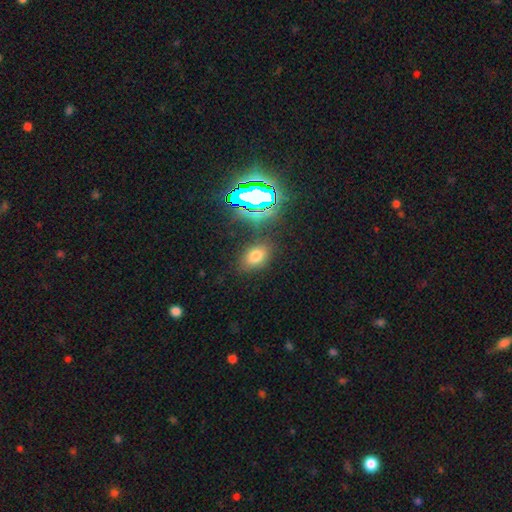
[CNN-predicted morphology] This appears to be a smooth galaxy with no disk features (68%) that is in between round and cigar-shaped (78%). Merging: none (83%).